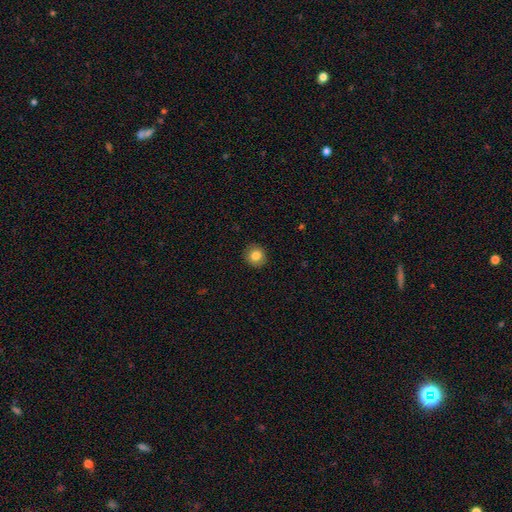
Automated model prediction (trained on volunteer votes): Overall: smooth (83%). How rounded: round (90%). Merging: none (92%).